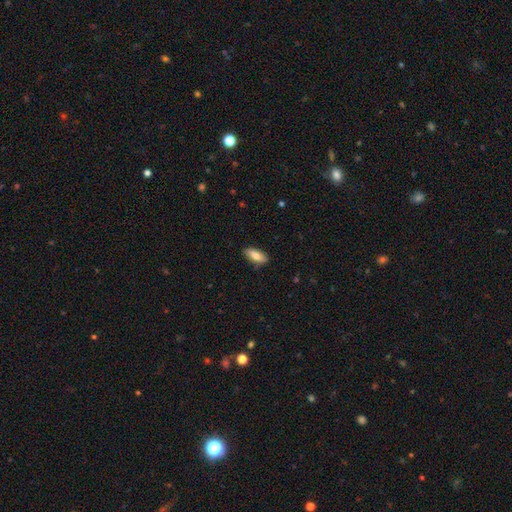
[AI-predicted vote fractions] Overall: smooth (79%). How rounded: in between (81%). Merging: none (86%).